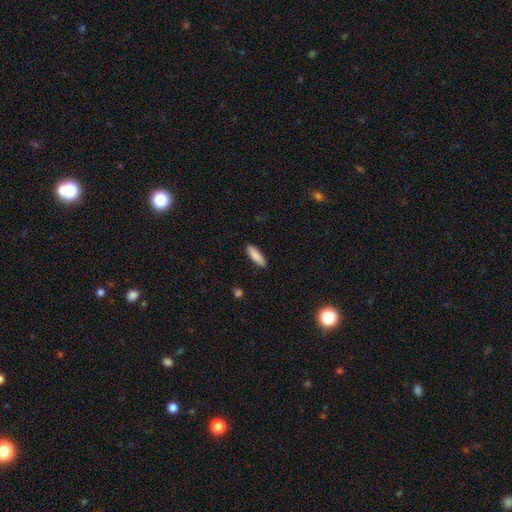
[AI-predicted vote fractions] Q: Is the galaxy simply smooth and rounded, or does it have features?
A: smooth — 87%.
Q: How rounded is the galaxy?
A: cigar-shaped — 59%.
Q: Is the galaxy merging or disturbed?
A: none — 89%.